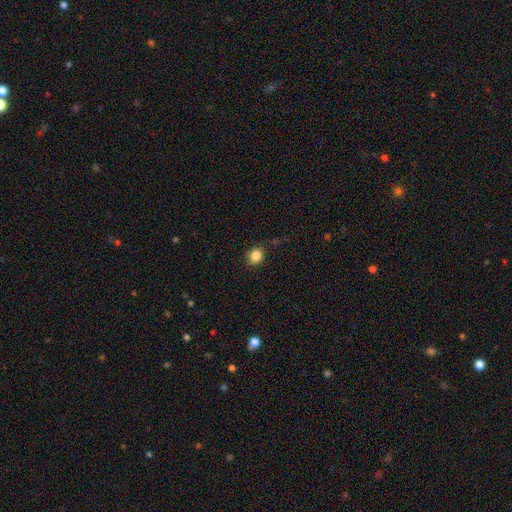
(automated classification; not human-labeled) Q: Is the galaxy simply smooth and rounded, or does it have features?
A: smooth — 85%.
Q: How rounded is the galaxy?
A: round — 74%.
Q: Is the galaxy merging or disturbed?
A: none — 80%.